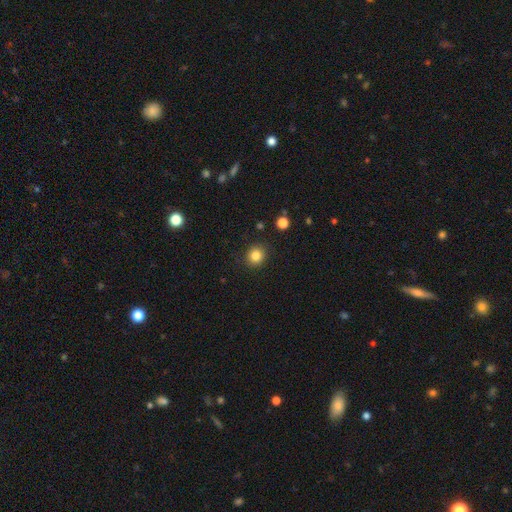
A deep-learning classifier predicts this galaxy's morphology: Smooth or featured?
  - smooth: 84% *
  - star or artifact: 11%
  - featured or disk: 5%
How rounded?
  - round: 85% *
  - in between: 14%
  - cigar-shaped: 1%
Merging?
  - none: 89% *
  - minor disturbance: 8%
  - major disturbance: 2%
  - merger: 1%